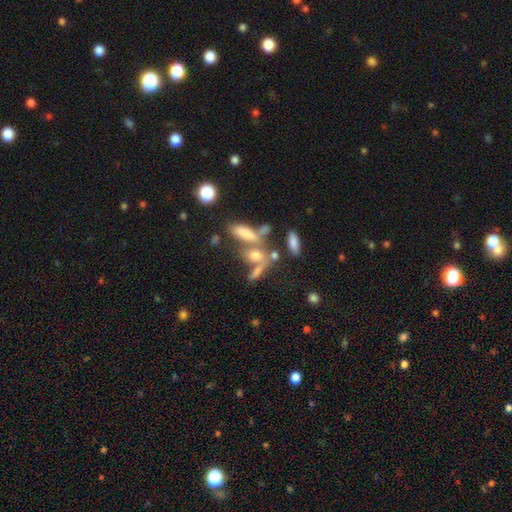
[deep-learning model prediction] smooth_or_featured: smooth (p=0.61) [alt: featured or disk p=0.24]
how_rounded: in between (p=0.59) [alt: cigar-shaped p=0.27]
merging: merger (p=0.46) [alt: none p=0.33]